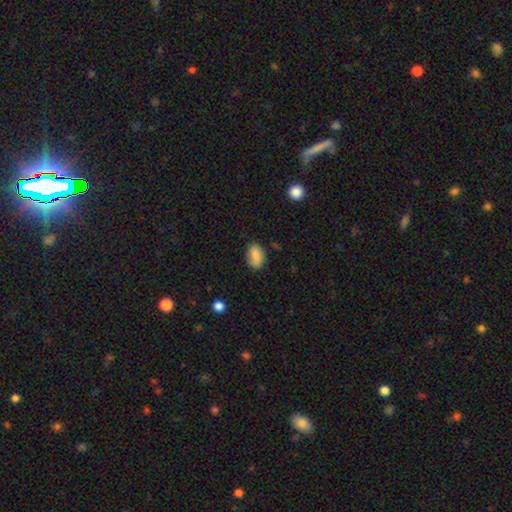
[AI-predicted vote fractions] smooth 84%, featured or disk 9%, star or artifact 8%. Down the decision tree: how rounded — in between (90%); merging — none (78%).